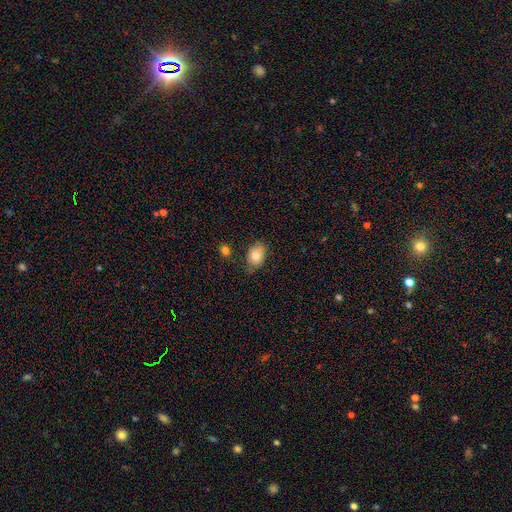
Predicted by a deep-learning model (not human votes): Smooth or featured?
  - smooth: 80% *
  - featured or disk: 11%
  - star or artifact: 8%
How rounded?
  - in between: 78% *
  - round: 21%
  - cigar-shaped: 1%
Merging?
  - none: 68% *
  - minor disturbance: 23%
  - major disturbance: 5%
  - merger: 4%